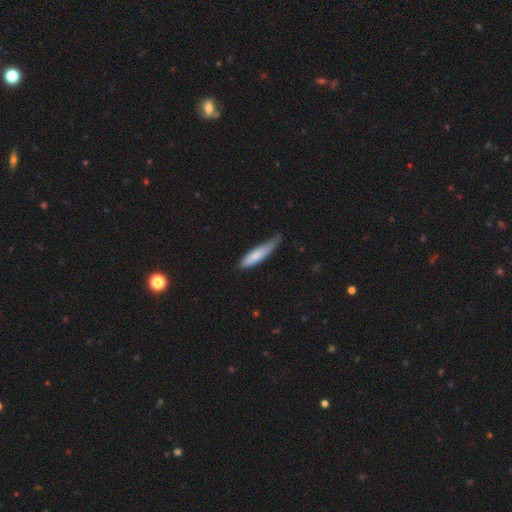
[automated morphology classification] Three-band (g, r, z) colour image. It shows a smooth galaxy with no disk features (79%) that is cigar-shaped (79%). Merging: none (46%).